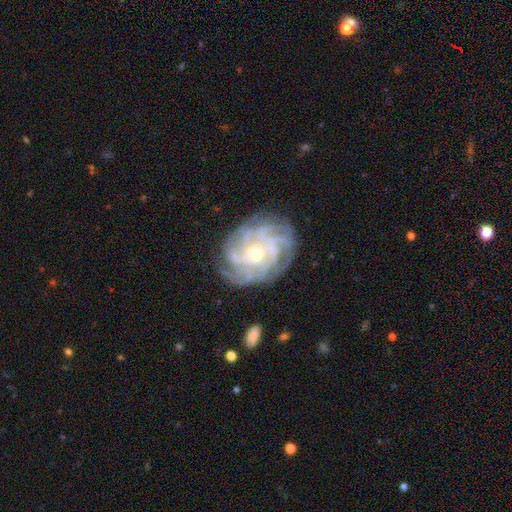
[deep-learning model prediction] Q: Smooth or featured?
A: featured or disk (85%); runner-up: star or artifact (7%)
Q: Edge-on disk?
A: no (97%); runner-up: yes (3%)
Q: Bar?
A: no (69%); runner-up: weak (25%)
Q: Spiral arms?
A: yes (96%); runner-up: no (4%)
Q: Spiral winding?
A: tight (73%); runner-up: medium (22%)
Q: Spiral arm count?
A: more than 4 (29%); runner-up: can't tell (27%)
Q: Bulge size?
A: small (53%); runner-up: moderate (42%)
Q: Merging?
A: none (80%); runner-up: minor disturbance (13%)